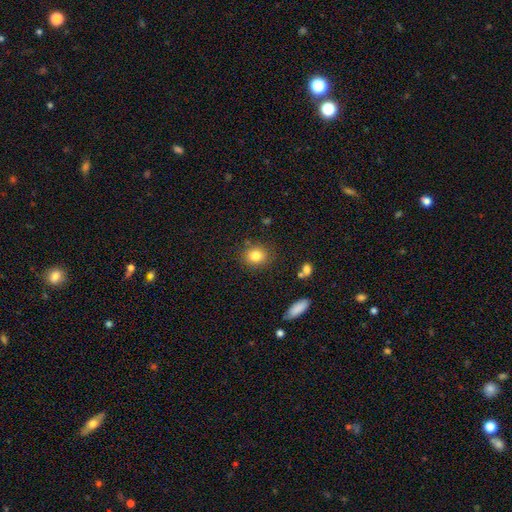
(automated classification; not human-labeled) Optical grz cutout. It shows a smooth galaxy with no disk features (81%) that is round (78%). Merging: none (84%).